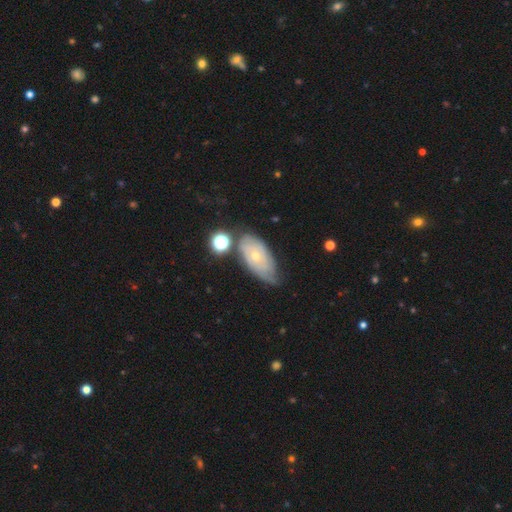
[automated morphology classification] The model was most divided on "merging": none: 52%, minor disturbance: 30%, major disturbance: 10%, merger: 8%. More confident: edge-on disk — no (91%); bar — no (84%); spiral arms — yes (71%); smooth or featured — featured or disk (62%); bulge size — small (62%).